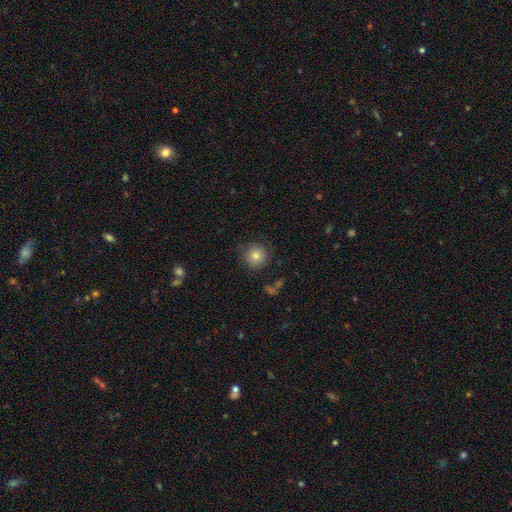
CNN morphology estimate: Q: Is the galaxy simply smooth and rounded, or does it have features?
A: smooth — 81%.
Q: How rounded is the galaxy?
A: round — 94%.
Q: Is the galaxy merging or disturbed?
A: none — 83%.